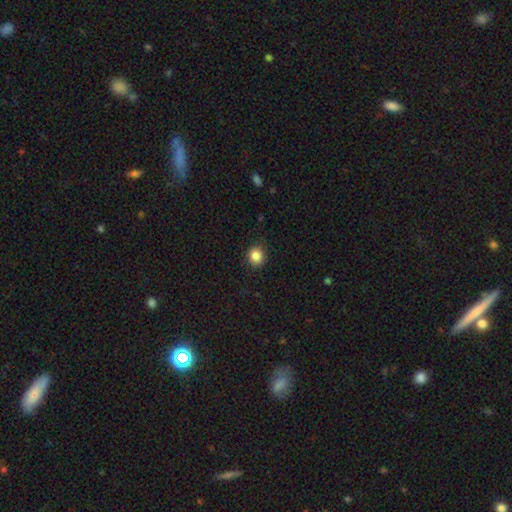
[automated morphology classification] Smooth or featured: smooth — 85% (star or artifact — 10%)
How rounded: round — 81% (in between — 18%)
Merging: none — 87% (minor disturbance — 10%)